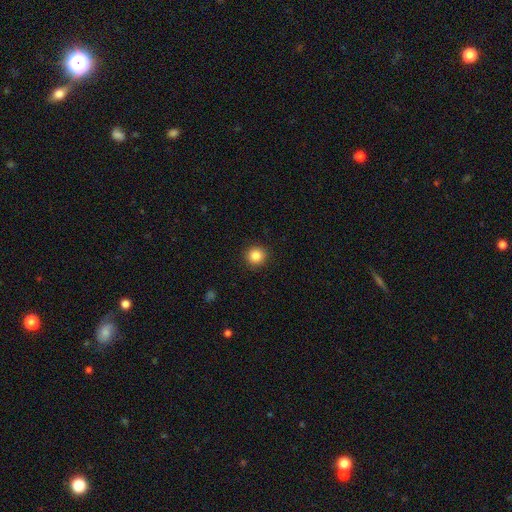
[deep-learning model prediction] This appears to be a smooth galaxy with no disk features (85%) that is round (94%). Merging: none (92%).